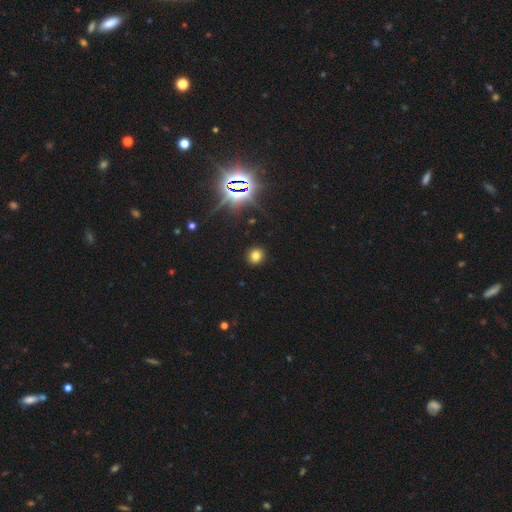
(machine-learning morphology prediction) smooth_or_featured: smooth (p=0.74) [alt: star or artifact p=0.20]
how_rounded: round (p=0.83) [alt: in between p=0.16]
merging: none (p=0.91) [alt: minor disturbance p=0.06]